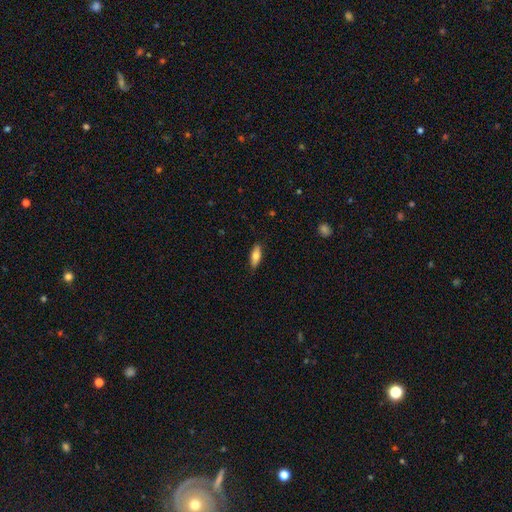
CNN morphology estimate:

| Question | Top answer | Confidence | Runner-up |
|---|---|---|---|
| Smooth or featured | smooth | 77% | featured or disk (17%) |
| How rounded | in between | 66% | cigar-shaped (32%) |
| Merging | none | 87% | minor disturbance (10%) |